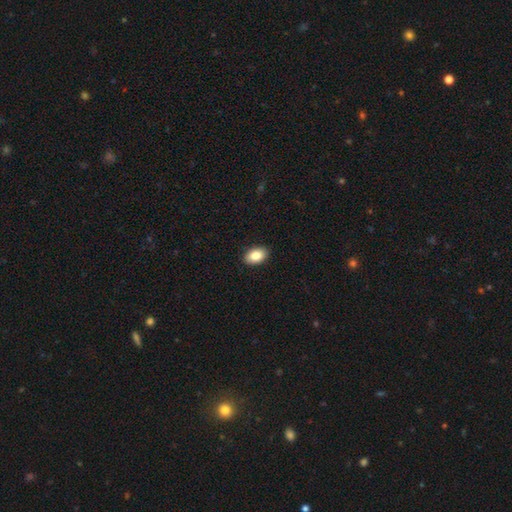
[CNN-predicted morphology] type=smooth (87%); roundness=in between (90%); merging=none (90%).